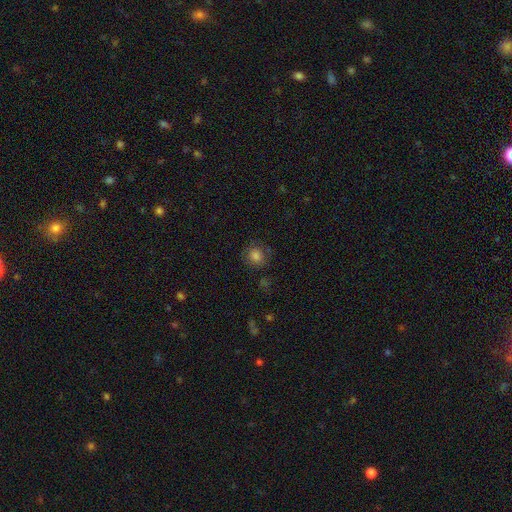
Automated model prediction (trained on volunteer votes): This is likely a smooth galaxy (78%). How rounded: clearly round (86%). Merging: likely none (77%).